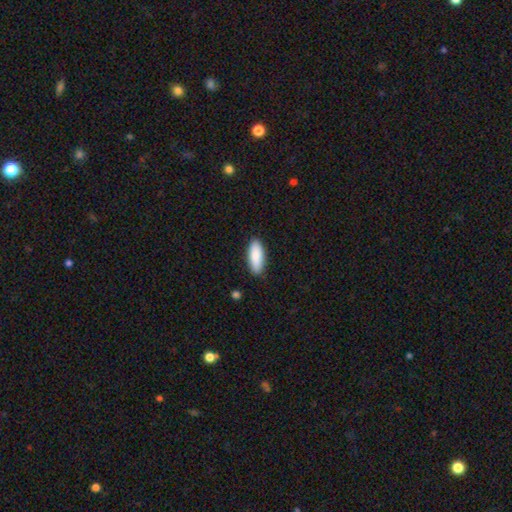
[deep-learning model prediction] This is clearly a smooth galaxy (86%). How rounded: likely in between (77%). Merging: clearly none (87%).